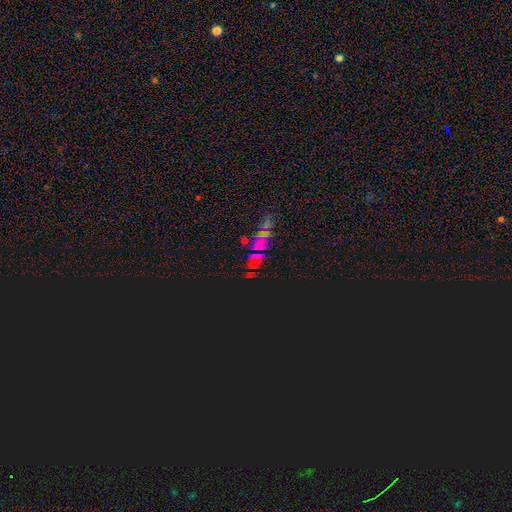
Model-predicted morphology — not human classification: Smooth or featured? Predicted: star or artifact (p=0.63).